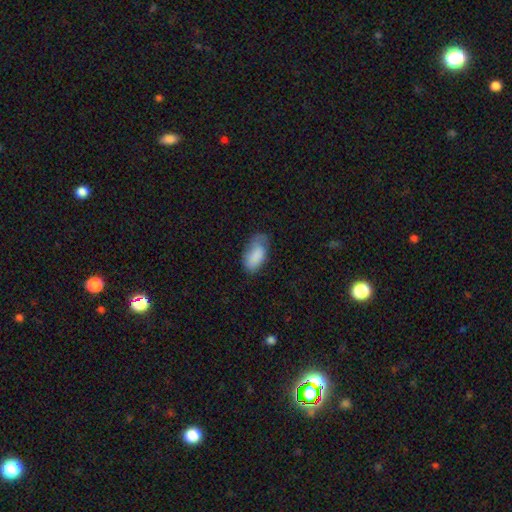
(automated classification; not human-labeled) Smooth or featured? Predicted: smooth (p=0.83). How rounded? Predicted: in between (p=0.94). Merging? Predicted: none (p=0.49).